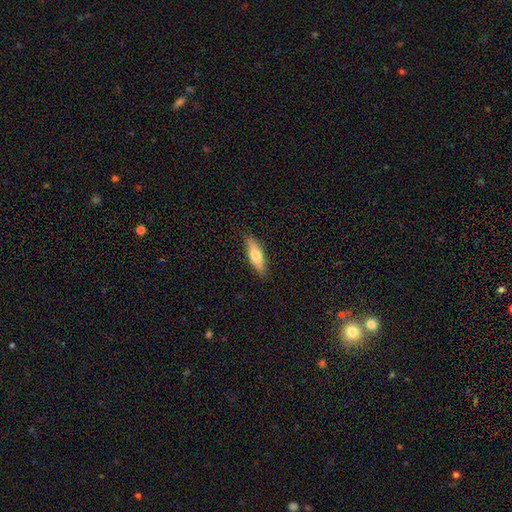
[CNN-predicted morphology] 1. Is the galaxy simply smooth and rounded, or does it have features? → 68% smooth, 26% featured or disk, 6% star or artifact.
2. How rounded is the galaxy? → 52% cigar-shaped, 46% in between, 2% round.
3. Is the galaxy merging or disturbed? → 86% none, 11% minor disturbance, 2% major disturbance, 1% merger.